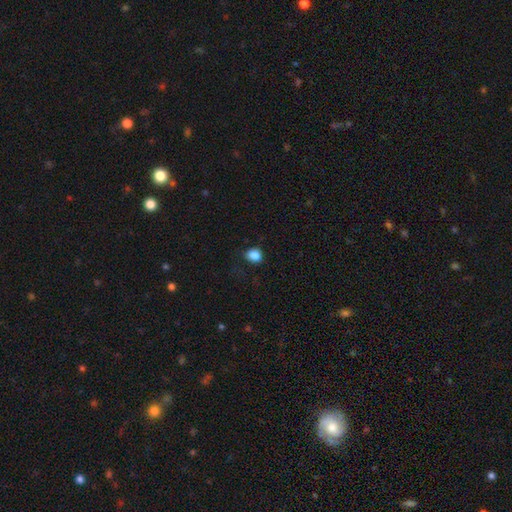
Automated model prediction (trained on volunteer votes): The model was most divided on "how rounded": round: 57%, in between: 42%, cigar-shaped: 1%. More confident: smooth or featured — smooth (86%); merging — none (75%).